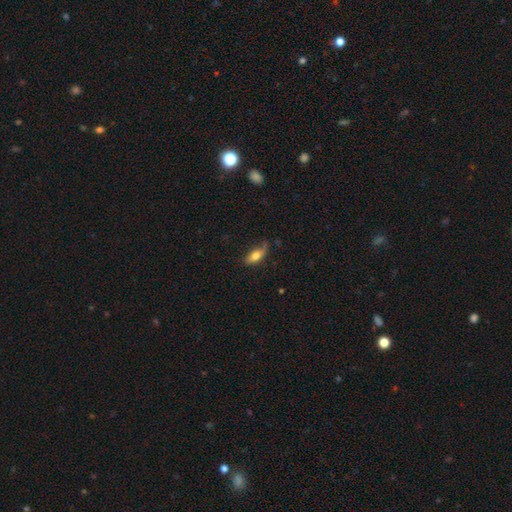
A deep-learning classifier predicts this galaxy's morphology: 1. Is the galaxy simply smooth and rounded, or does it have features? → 66% smooth, 28% featured or disk, 7% star or artifact.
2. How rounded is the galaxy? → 68% in between, 28% cigar-shaped, 4% round.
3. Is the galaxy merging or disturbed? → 54% none, 32% minor disturbance, 11% major disturbance, 3% merger.